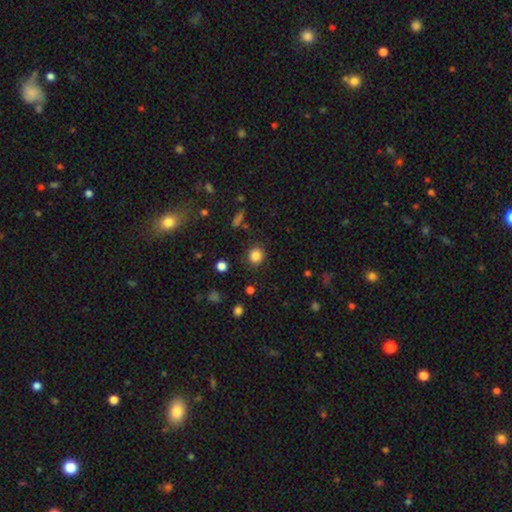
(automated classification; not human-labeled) smooth_or_featured: smooth (p=0.84) [alt: star or artifact p=0.12]
how_rounded: round (p=0.89) [alt: in between p=0.10]
merging: none (p=0.88) [alt: minor disturbance p=0.08]